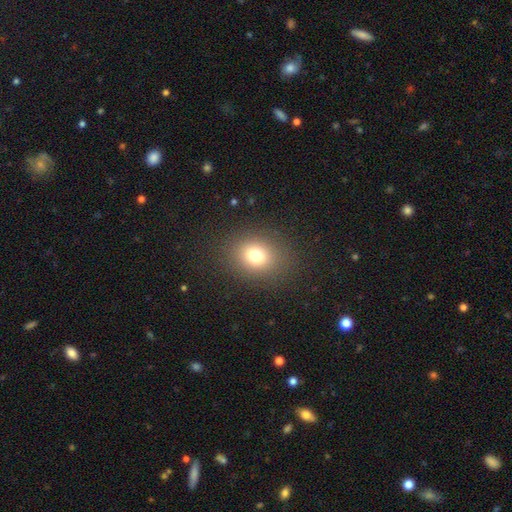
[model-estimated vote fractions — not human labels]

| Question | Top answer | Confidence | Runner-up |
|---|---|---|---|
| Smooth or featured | smooth | 75% | star or artifact (15%) |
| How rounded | round | 61% | in between (38%) |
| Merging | none | 86% | minor disturbance (8%) |